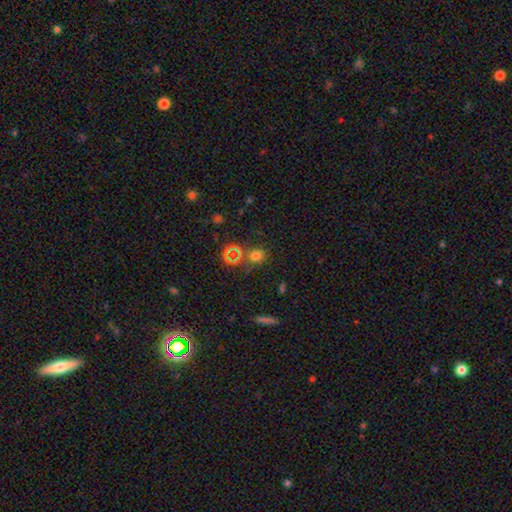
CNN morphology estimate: smooth 64%, star or artifact 29%, featured or disk 7%. Down the decision tree: how rounded — round (75%); merging — none (75%).